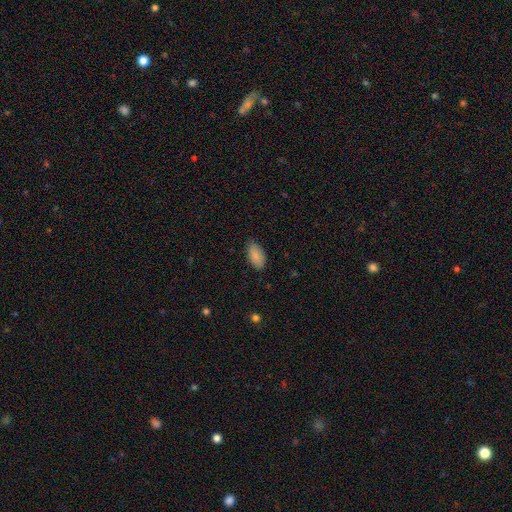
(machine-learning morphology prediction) The model was most divided on "merging": none: 83%, minor disturbance: 13%, major disturbance: 2%, merger: 1%. More confident: how rounded — in between (94%); smooth or featured — smooth (87%).